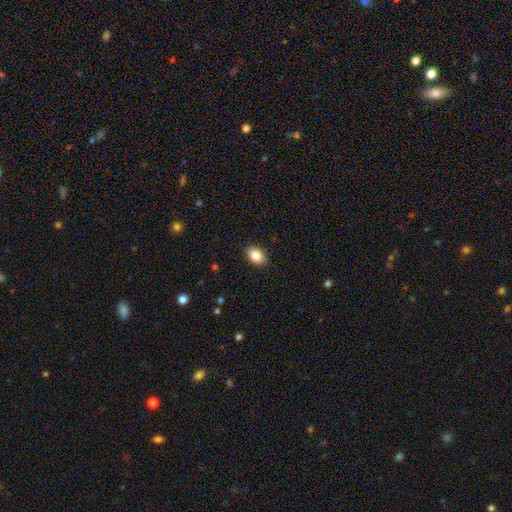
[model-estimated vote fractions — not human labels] Smooth or featured?
  - smooth: 86% *
  - star or artifact: 8%
  - featured or disk: 6%
How rounded?
  - in between: 86% *
  - round: 12%
  - cigar-shaped: 1%
Merging?
  - none: 89% *
  - minor disturbance: 8%
  - major disturbance: 2%
  - merger: 1%